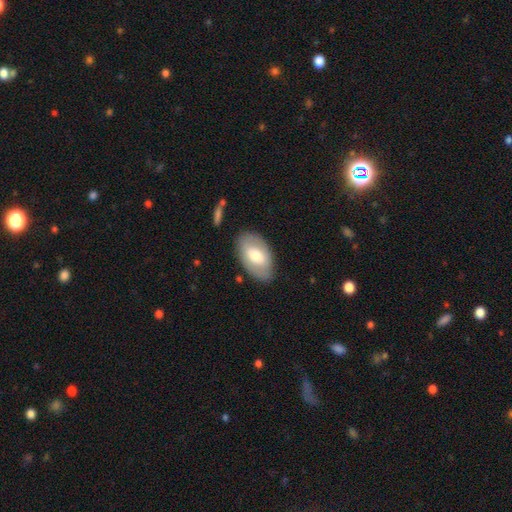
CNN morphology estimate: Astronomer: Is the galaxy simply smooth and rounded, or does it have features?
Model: smooth — 59% (runner-up: featured or disk, 36%).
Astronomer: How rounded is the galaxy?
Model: in between — 92%.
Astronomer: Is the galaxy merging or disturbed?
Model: none — 81%.